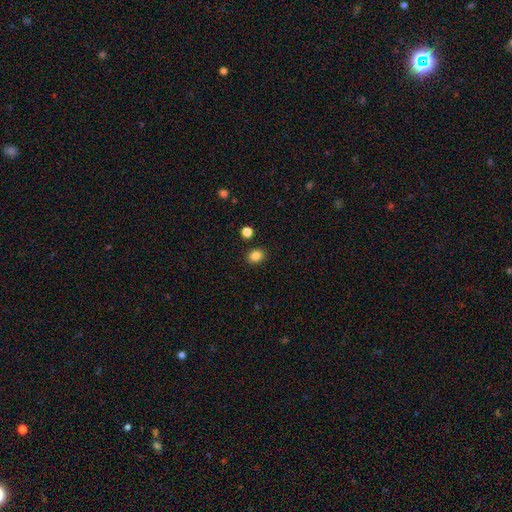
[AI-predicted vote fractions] Overall: smooth (85%). How rounded: round (56%; in between 43%). Merging: none (88%).